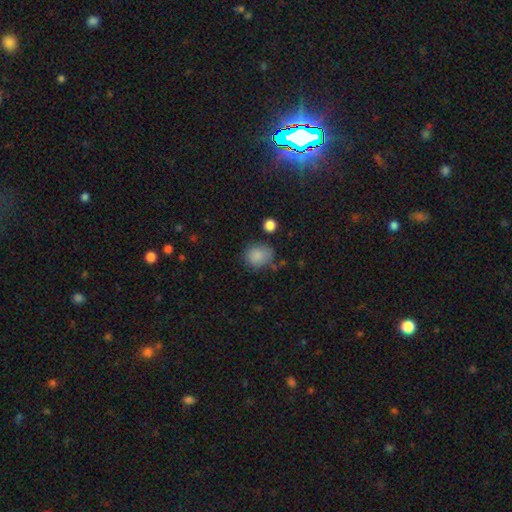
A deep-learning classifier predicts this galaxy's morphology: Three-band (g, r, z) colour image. It shows a smooth galaxy with no disk features (82%) that is round (68%). Merging: none (69%).